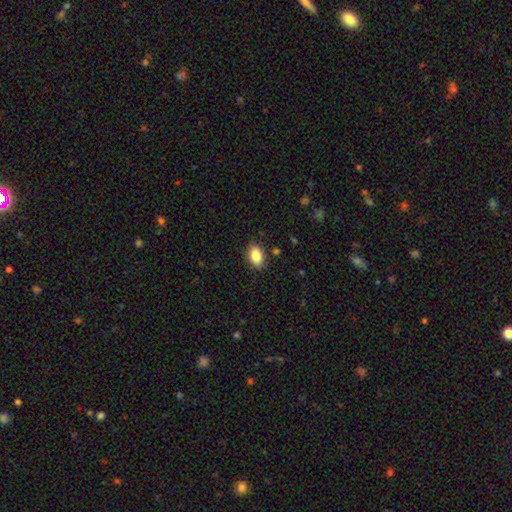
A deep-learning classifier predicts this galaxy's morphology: smooth 86%, star or artifact 8%, featured or disk 6%. Down the decision tree: how rounded — in between (85%); merging — none (86%).